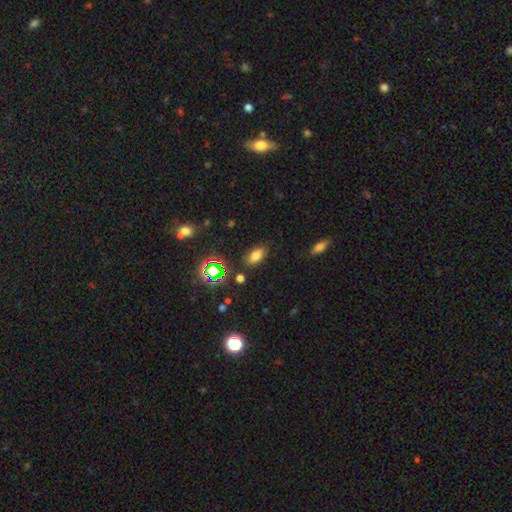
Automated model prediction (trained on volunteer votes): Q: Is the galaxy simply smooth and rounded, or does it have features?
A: smooth — 71%.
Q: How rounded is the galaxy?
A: in between — 88%.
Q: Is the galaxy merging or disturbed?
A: none — 83%.